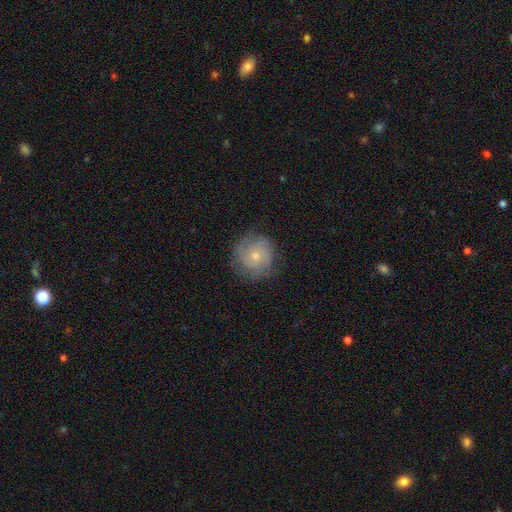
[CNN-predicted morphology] A featured or disk galaxy (71%) with no bar (80%), tight (58%) spiral arms (92%) and a small central bulge (55%).

Vote fractions:
- Smooth or featured? featured or disk: 71% / smooth: 22% / star or artifact: 7%
- Edge-on disk? no: 98% / yes: 2%
- Bar? no: 80% / weak: 18% / strong: 3%
- Spiral arms? yes: 92% / no: 8%
- Spiral winding? tight: 58% / medium: 33% / loose: 9%
- Spiral arm count? can't tell: 29% / 3: 28% / 2: 24% / 4: 8% / 1: 6% / more than 4: 5%
- Bulge size? small: 55% / moderate: 41% / none: 1% / large: 1% / dominant: 1%
- Merging? none: 77% / minor disturbance: 16% / major disturbance: 6% / merger: 1%